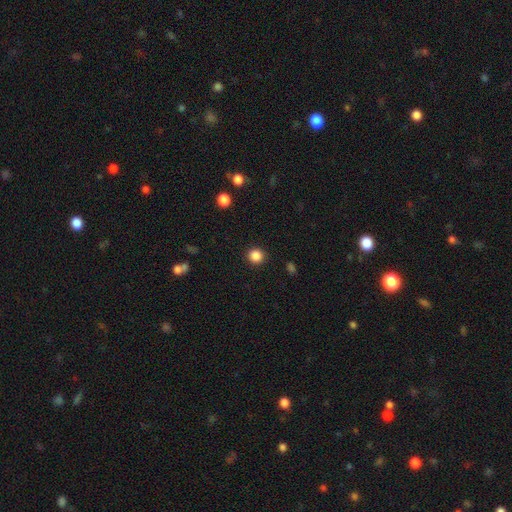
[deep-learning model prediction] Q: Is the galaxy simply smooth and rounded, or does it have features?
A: smooth — 86%.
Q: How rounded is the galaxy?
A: round — 92%.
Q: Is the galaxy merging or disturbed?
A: none — 92%.